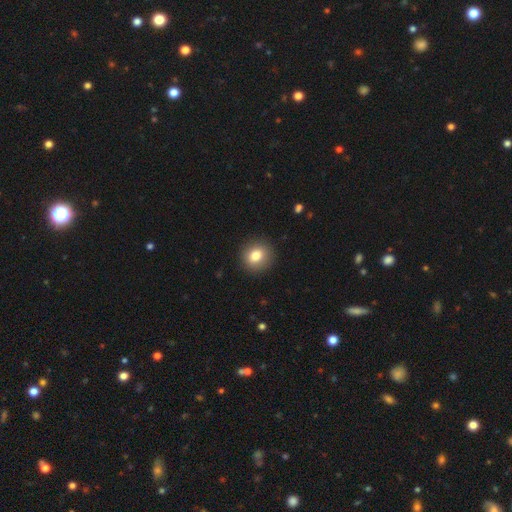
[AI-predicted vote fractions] This appears to be a smooth galaxy with no disk features (81%) that is round (85%). Merging: none (90%).